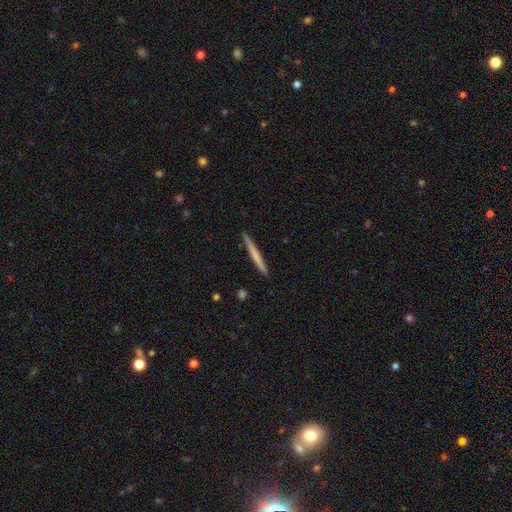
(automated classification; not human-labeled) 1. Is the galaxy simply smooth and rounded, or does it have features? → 59% smooth, 36% featured or disk, 5% star or artifact.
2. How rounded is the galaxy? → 97% cigar-shaped, 2% in between, 1% round.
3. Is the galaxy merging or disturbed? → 91% none, 6% minor disturbance, 1% major disturbance, 1% merger.